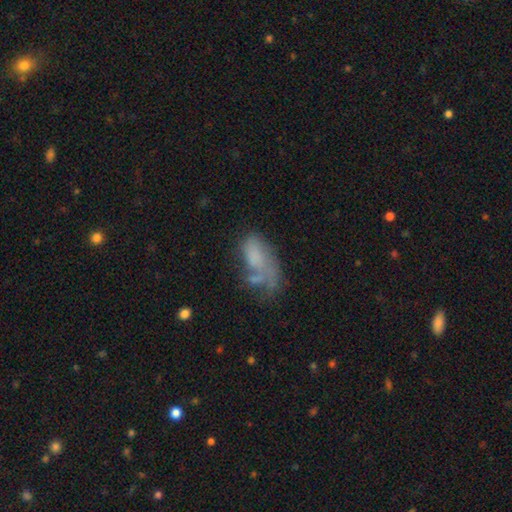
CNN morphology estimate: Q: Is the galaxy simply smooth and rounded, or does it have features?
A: smooth — 55%.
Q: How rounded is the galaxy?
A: in between — 89%.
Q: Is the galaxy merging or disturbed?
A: major disturbance — 31%, tied with none.